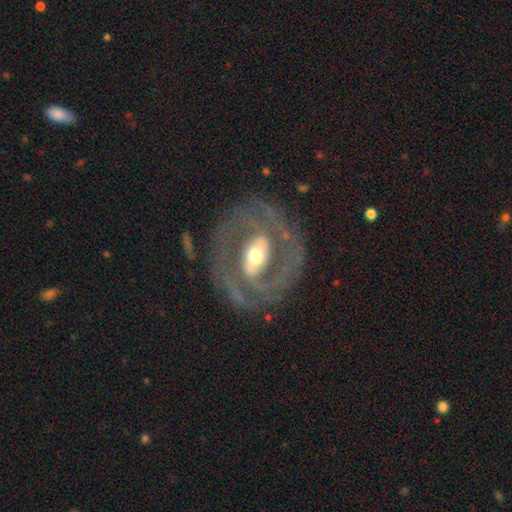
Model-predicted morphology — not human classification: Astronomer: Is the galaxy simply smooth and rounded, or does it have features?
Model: featured or disk — 85%.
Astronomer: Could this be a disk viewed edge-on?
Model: no — 95%.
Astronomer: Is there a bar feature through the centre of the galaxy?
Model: strong — 49% (runner-up: weak, 31%).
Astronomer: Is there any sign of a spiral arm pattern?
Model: yes — 81%.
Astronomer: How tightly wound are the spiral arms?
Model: tight — 45% (runner-up: medium, 40%).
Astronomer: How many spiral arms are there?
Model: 2 — 72%.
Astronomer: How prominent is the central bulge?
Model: moderate — 62%.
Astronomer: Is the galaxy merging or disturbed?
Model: none — 74%.